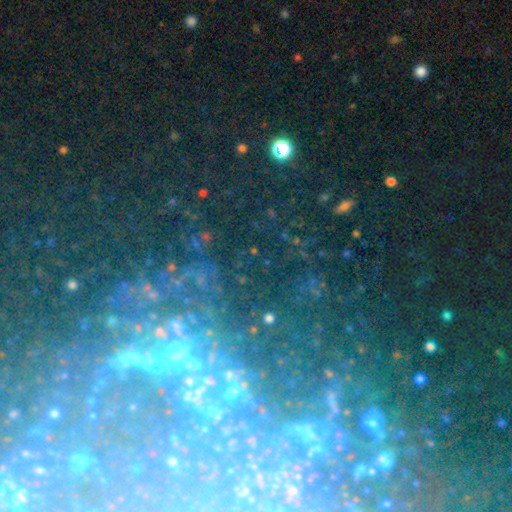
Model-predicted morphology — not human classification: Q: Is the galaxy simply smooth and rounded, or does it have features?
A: star or artifact — 48%.